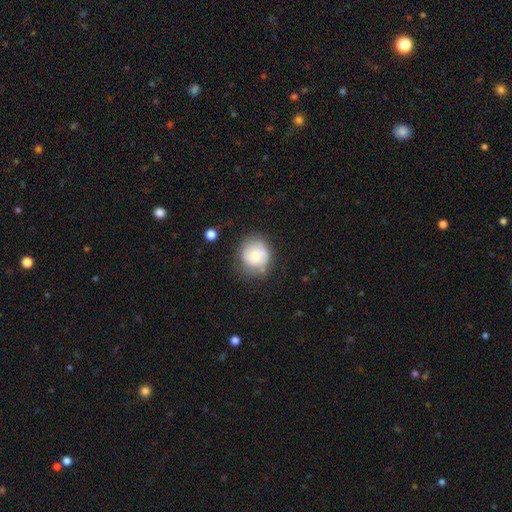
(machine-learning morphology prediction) The model was most divided on "smooth or featured": smooth: 57%, featured or disk: 34%, star or artifact: 8%. More confident: how rounded — round (84%); merging — none (67%).